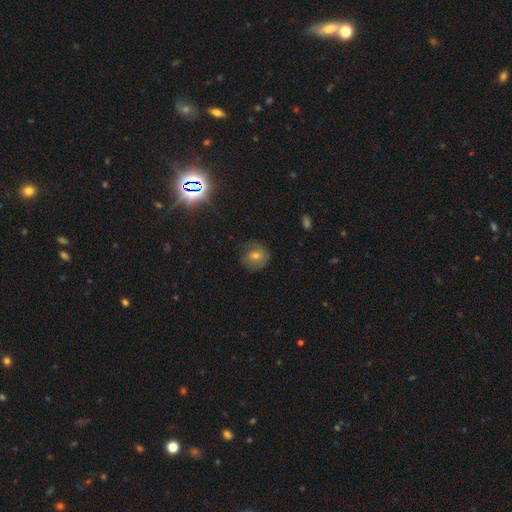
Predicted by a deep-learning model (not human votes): Overall: smooth (49%; featured or disk 31%). Merging: none (79%).